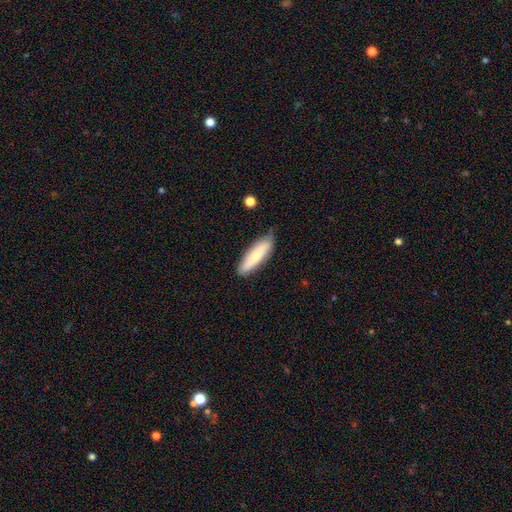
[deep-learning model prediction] The model was most divided on "how rounded": cigar-shaped: 61%, in between: 37%, round: 2%. More confident: merging — none (77%); smooth or featured — smooth (69%).